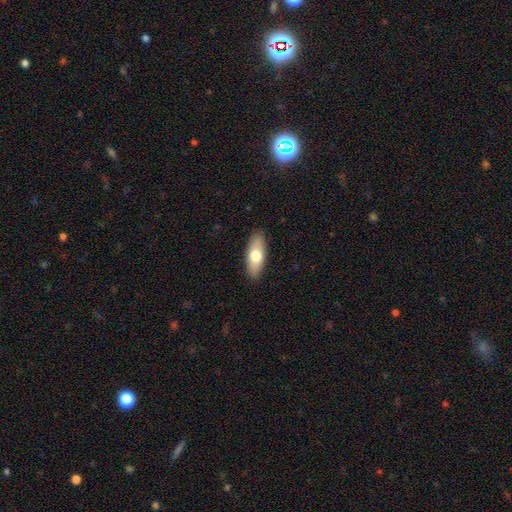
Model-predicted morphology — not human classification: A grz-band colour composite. It shows a smooth galaxy with no disk features (71%) that is in between round and cigar-shaped (73%). Merging: none (89%).